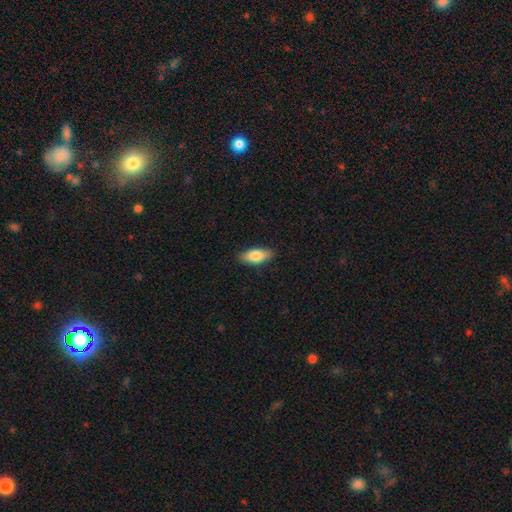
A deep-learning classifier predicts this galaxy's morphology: A smooth galaxy with no disk features (80%) that is in between round and cigar-shaped (82%).

Vote fractions:
- Smooth or featured? smooth: 80% / featured or disk: 14% / star or artifact: 6%
- How rounded? in between: 82% / cigar-shaped: 15% / round: 3%
- Merging? none: 87% / minor disturbance: 10% / major disturbance: 2% / merger: 1%